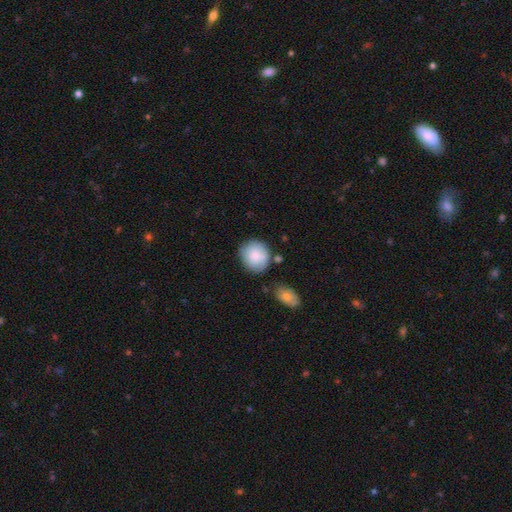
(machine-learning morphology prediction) smooth 84%, featured or disk 10%, star or artifact 6%. Down the decision tree: how rounded — round (79%); merging — none (72%).